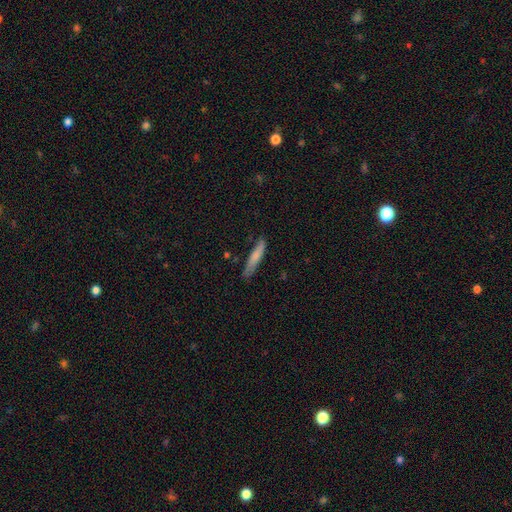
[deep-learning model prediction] Smooth or featured? smooth (73%)
How rounded? cigar-shaped (92%)
Merging? none (79%)